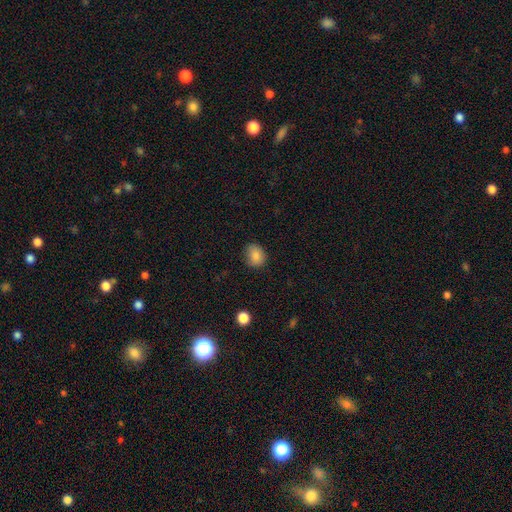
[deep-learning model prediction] Overall: smooth (84%). How rounded: round (57%; in between 42%). Merging: none (78%).